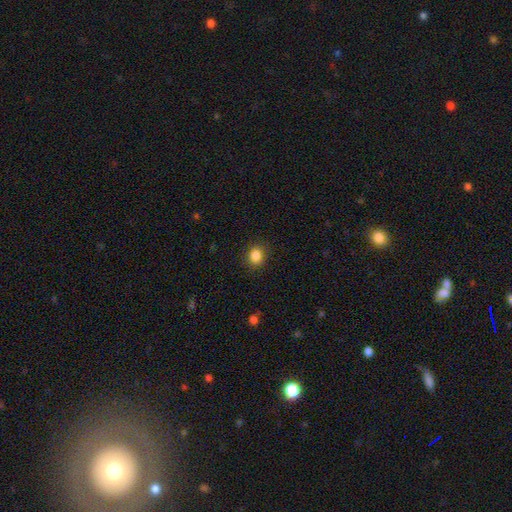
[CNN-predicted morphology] smooth 86%, star or artifact 10%, featured or disk 4%. Down the decision tree: how rounded — round (64%); merging — none (88%).